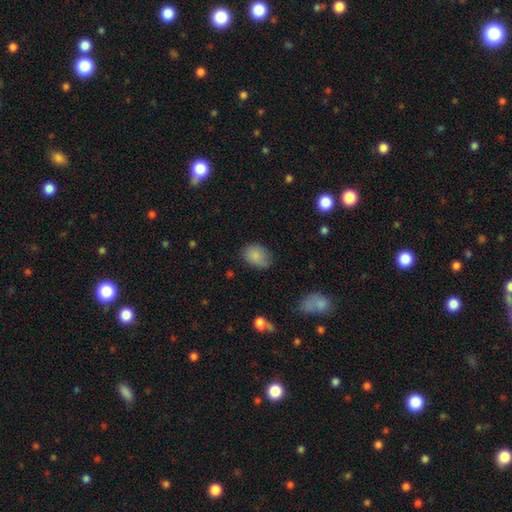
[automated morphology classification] The model was most divided on "merging": none: 67%, minor disturbance: 26%, major disturbance: 5%, merger: 2%. More confident: smooth or featured — smooth (84%); how rounded — in between (79%).